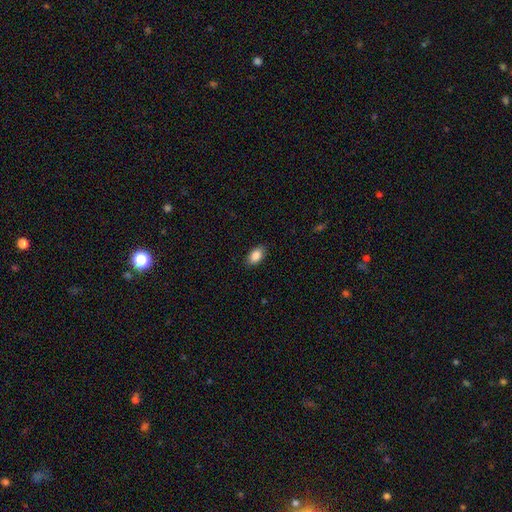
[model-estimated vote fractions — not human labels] smooth_or_featured: smooth (p=0.87) [alt: star or artifact p=0.07]
how_rounded: in between (p=0.92) [alt: round p=0.05]
merging: none (p=0.88) [alt: minor disturbance p=0.09]